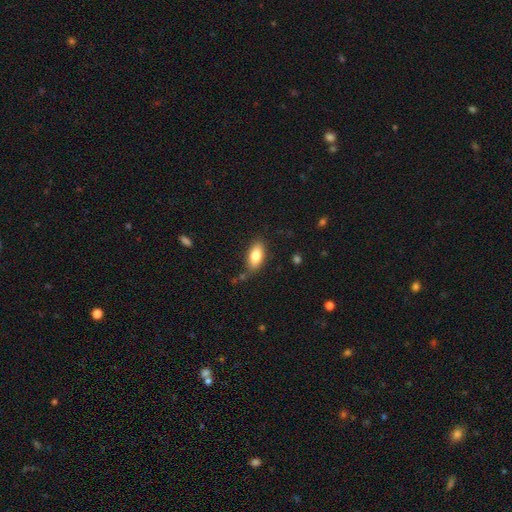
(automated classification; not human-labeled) smooth-or-featured: smooth: 81% | featured or disk: 12% | star or artifact: 7%
  how-rounded: in between: 89% | cigar-shaped: 7% | round: 4%
  merging: none: 76% | minor disturbance: 17% | major disturbance: 4% | merger: 3%